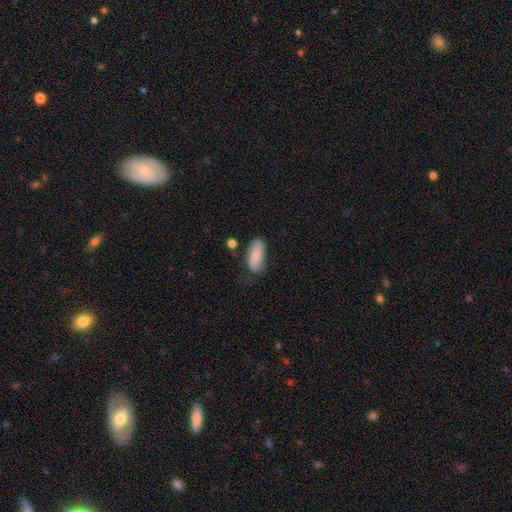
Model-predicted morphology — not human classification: Smooth or featured?
  - smooth: 76% *
  - featured or disk: 18%
  - star or artifact: 6%
How rounded?
  - in between: 85% *
  - cigar-shaped: 12%
  - round: 3%
Merging?
  - none: 59% *
  - minor disturbance: 29%
  - major disturbance: 8%
  - merger: 4%